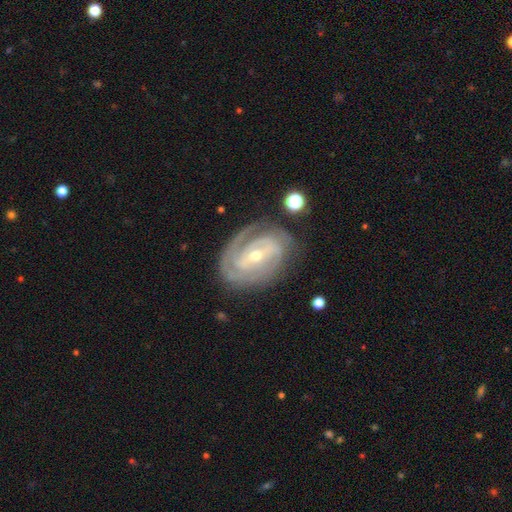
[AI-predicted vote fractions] The model was most divided on "bar": weak: 41%, strong: 32%, no: 26%. Remaining: spiral arms — yes (96%); edge-on disk — no (96%); smooth or featured — featured or disk (89%); merging — none (72%); spiral winding — tight (70%); bulge size — small (57%); spiral arm count — 2 (40%).